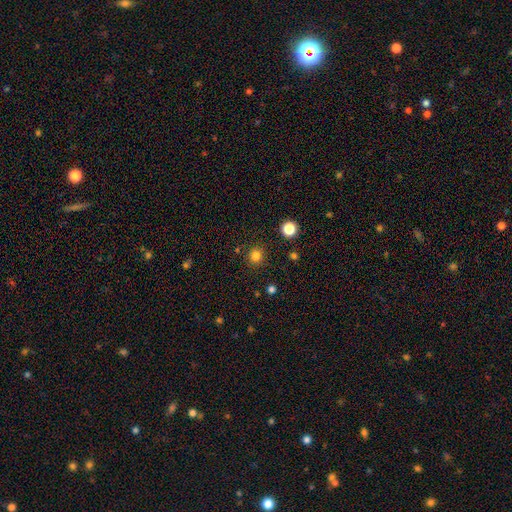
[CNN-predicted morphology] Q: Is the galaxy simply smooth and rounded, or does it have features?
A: smooth — 81%.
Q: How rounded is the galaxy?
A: round — 93%.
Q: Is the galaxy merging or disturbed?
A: none — 90%.